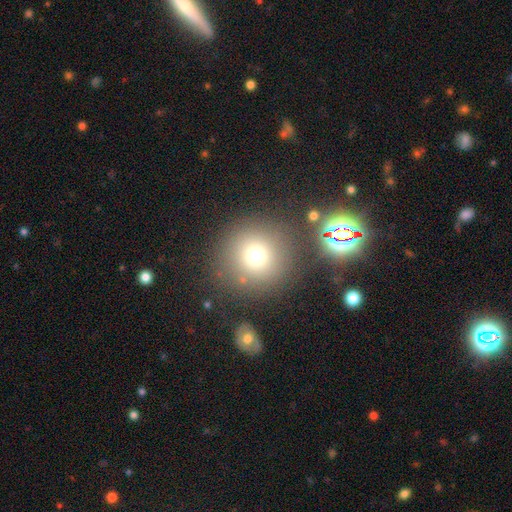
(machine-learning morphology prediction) smooth 72%, star or artifact 18%, featured or disk 10%. Down the decision tree: how rounded — round (94%); merging — none (81%).